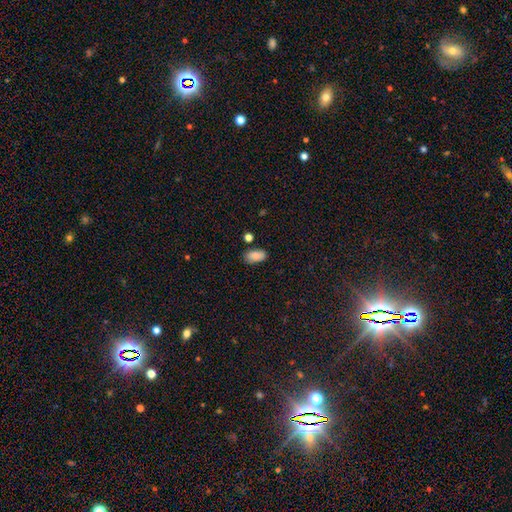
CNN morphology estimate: smooth 86%, star or artifact 8%, featured or disk 6%. Down the decision tree: how rounded — in between (93%); merging — none (78%).